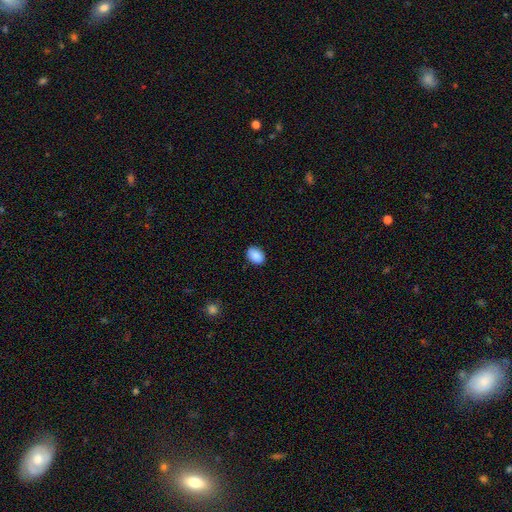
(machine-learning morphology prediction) smooth-or-featured: smooth: 88% | star or artifact: 8% | featured or disk: 4%
  how-rounded: in between: 76% | round: 23% | cigar-shaped: 1%
  merging: none: 86% | minor disturbance: 10% | major disturbance: 2% | merger: 1%